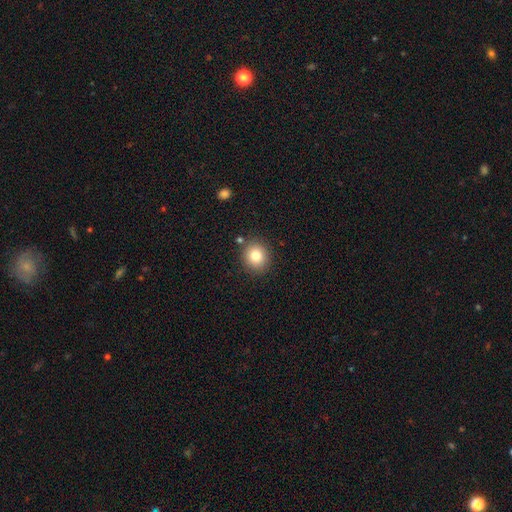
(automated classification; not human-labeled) This is clearly a smooth galaxy (82%). How rounded: clearly round (82%). Merging: clearly none (85%).